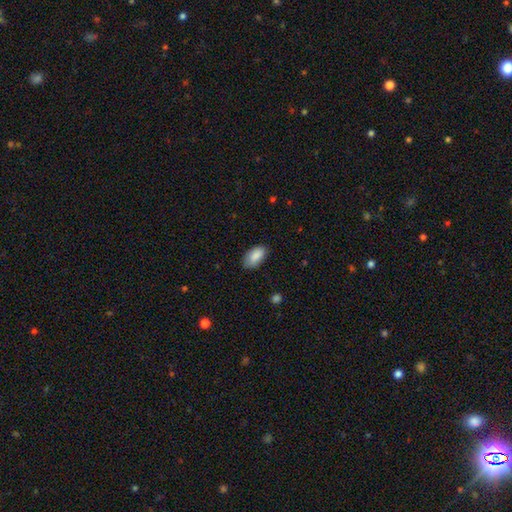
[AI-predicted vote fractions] Overall: smooth (88%). How rounded: in between (94%). Merging: none (78%).